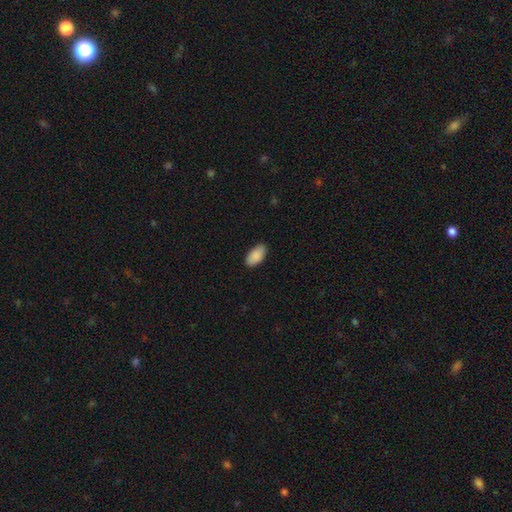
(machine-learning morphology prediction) A smooth galaxy with no disk features (90%) that is in between round and cigar-shaped (95%). Merging: none (85%).